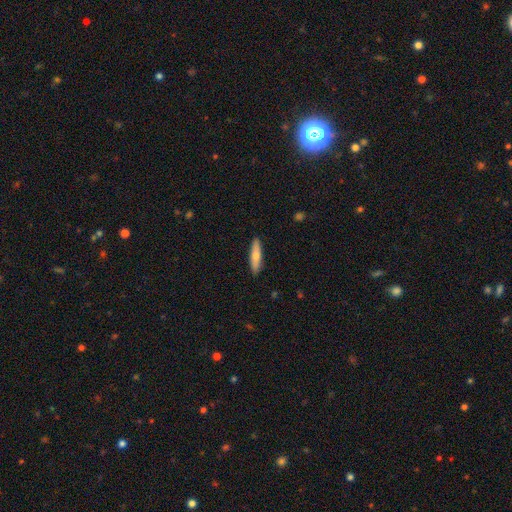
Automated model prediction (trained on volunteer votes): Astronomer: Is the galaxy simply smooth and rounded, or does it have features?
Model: smooth — 67%.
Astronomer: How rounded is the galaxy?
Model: cigar-shaped — 77%.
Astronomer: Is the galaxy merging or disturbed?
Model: none — 90%.